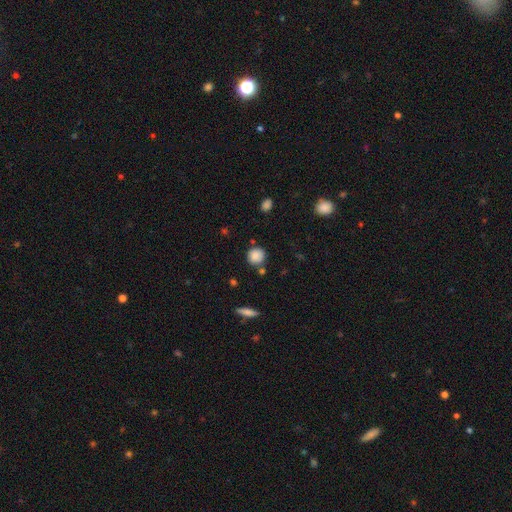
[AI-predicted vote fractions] smooth_or_featured: smooth (p=0.86) [alt: star or artifact p=0.09]
how_rounded: round (p=0.88) [alt: in between p=0.10]
merging: none (p=0.77) [alt: minor disturbance p=0.13]